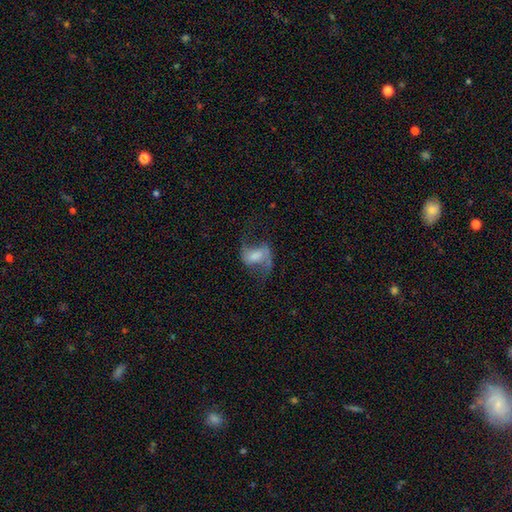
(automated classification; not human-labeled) Q: Smooth or featured?
A: featured or disk (76%); runner-up: smooth (16%)
Q: Edge-on disk?
A: no (97%); runner-up: yes (3%)
Q: Bar?
A: weak (47%); runner-up: no (27%)
Q: Spiral arms?
A: yes (93%); runner-up: no (7%)
Q: Spiral winding?
A: loose (70%); runner-up: medium (25%)
Q: Spiral arm count?
A: 2 (92%); runner-up: 1 (3%)
Q: Bulge size?
A: moderate (32%); runner-up: none (23%)
Q: Merging?
A: none (60%); runner-up: major disturbance (20%)